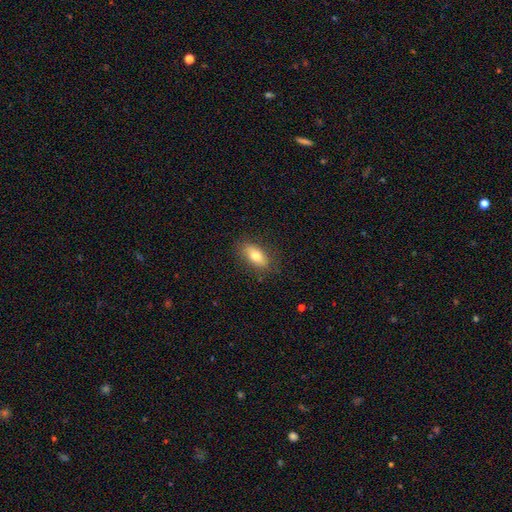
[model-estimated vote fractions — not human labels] A smooth galaxy with no disk features (73%) that is in between round and cigar-shaped (86%). Merging: none (83%).